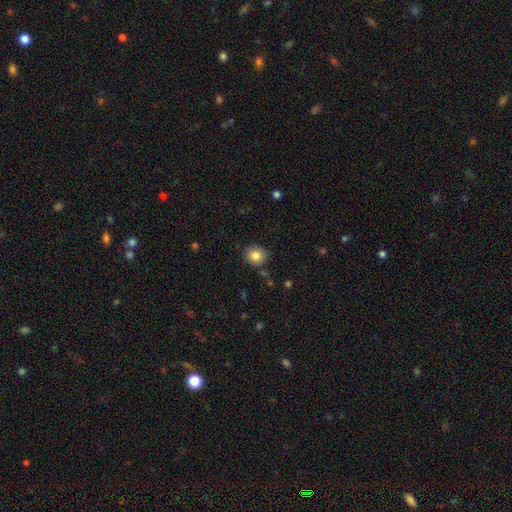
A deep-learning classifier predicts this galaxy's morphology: type=smooth (84%); roundness=round (81%); merging=none (86%).